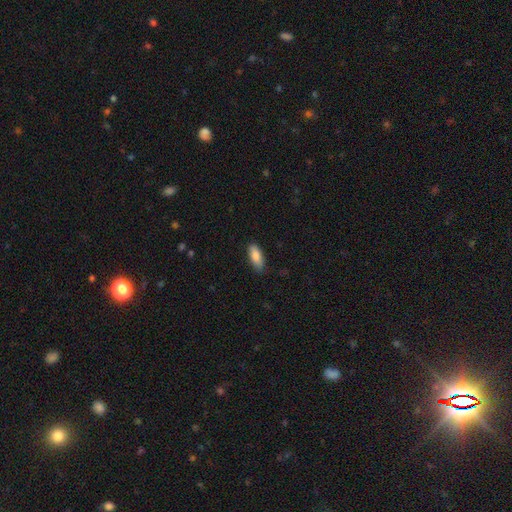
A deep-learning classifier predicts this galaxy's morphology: A smooth galaxy with no disk features (86%) that is in between round and cigar-shaped (80%).

Vote fractions:
- Smooth or featured? smooth: 86% / featured or disk: 8% / star or artifact: 6%
- How rounded? in between: 80% / cigar-shaped: 18% / round: 2%
- Merging? none: 82% / minor disturbance: 15% / major disturbance: 2% / merger: 1%